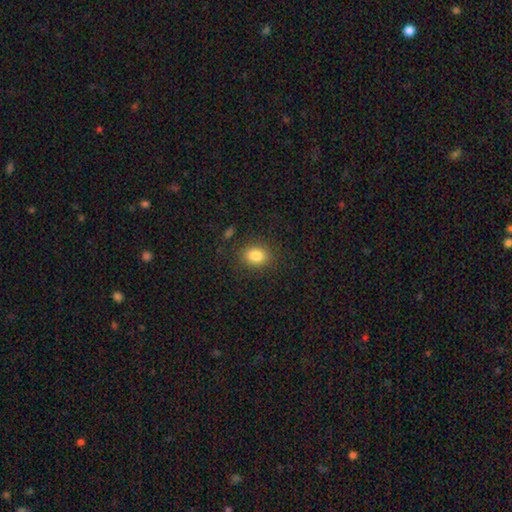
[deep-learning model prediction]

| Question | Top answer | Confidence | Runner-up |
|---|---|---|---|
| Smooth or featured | smooth | 85% | star or artifact (10%) |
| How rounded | in between | 62% | round (37%) |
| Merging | none | 85% | minor disturbance (10%) |